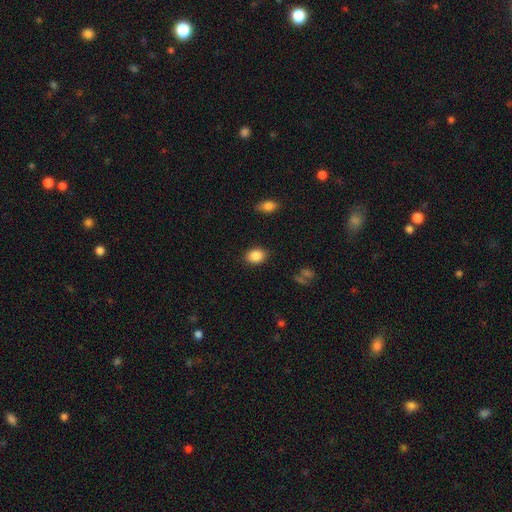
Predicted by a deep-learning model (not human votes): Smooth or featured? smooth (88%)
How rounded? in between (65%)
Merging? none (87%)